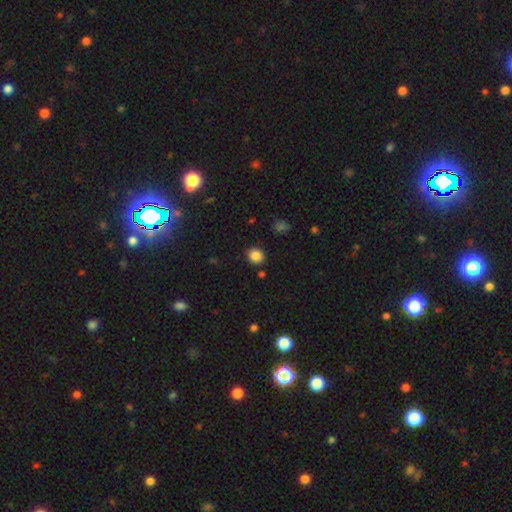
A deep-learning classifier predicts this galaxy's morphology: This is clearly a smooth galaxy (85%). How rounded: likely round (78%). Merging: clearly none (86%).